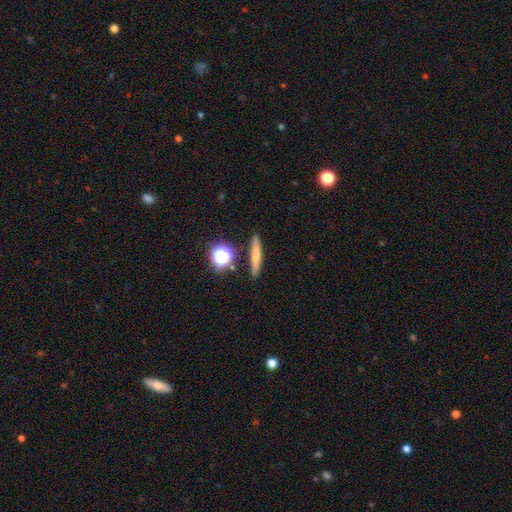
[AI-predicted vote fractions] A smooth galaxy with no disk features (64%) that is cigar-shaped (82%). Merging: none (86%).